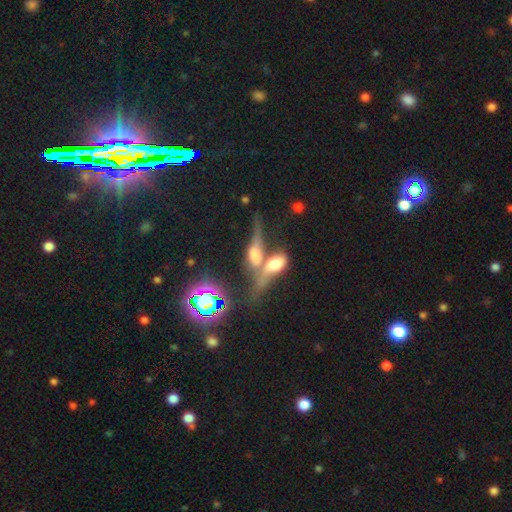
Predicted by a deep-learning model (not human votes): A featured or disk galaxy (49%).

Vote fractions:
- Smooth or featured? featured or disk: 49% / smooth: 33% / star or artifact: 19%
- Merging? merger: 59% / none: 24% / minor disturbance: 9% / major disturbance: 8%